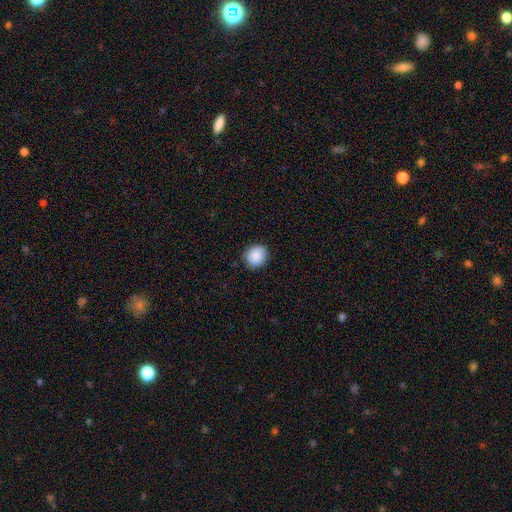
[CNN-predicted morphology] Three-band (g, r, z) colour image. It shows a smooth galaxy with no disk features (89%) that is round (82%). Merging: none (89%).